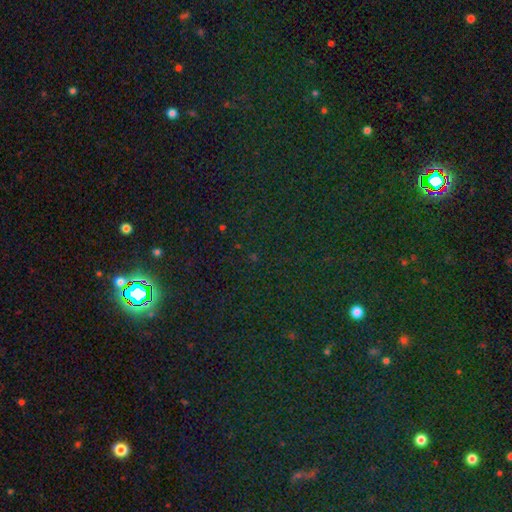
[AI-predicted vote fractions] Smooth or featured? Predicted: star or artifact (p=0.79).